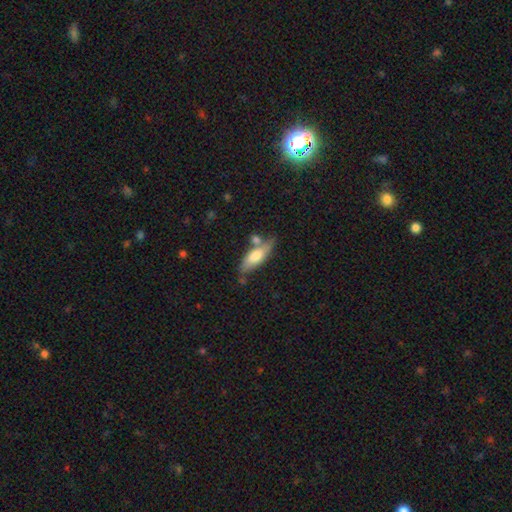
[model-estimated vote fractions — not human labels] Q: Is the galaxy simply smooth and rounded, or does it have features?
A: smooth — 67%.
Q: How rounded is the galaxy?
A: in between — 58%.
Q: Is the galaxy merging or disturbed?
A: none — 57%.